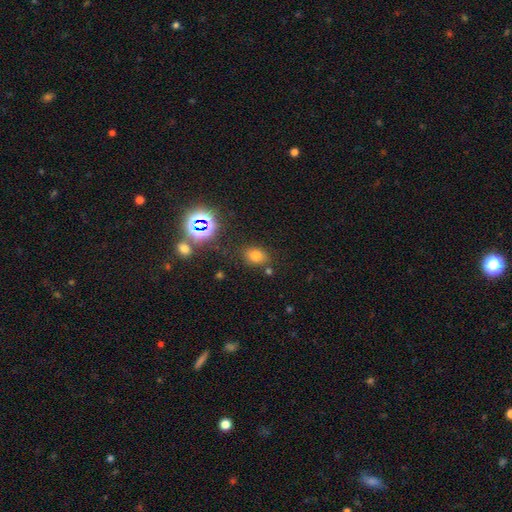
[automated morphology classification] smooth_or_featured: smooth (p=0.69) [alt: star or artifact p=0.22]
how_rounded: in between (p=0.59) [alt: round p=0.40]
merging: none (p=0.77) [alt: minor disturbance p=0.13]